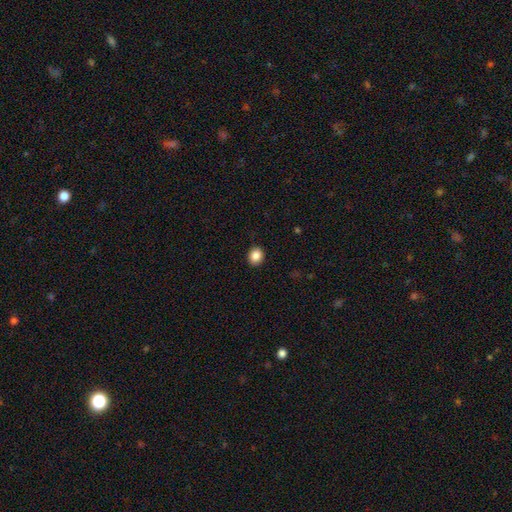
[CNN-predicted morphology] Smooth or featured: smooth — 88% (star or artifact — 9%)
How rounded: round — 66% (in between — 33%)
Merging: none — 90% (minor disturbance — 7%)